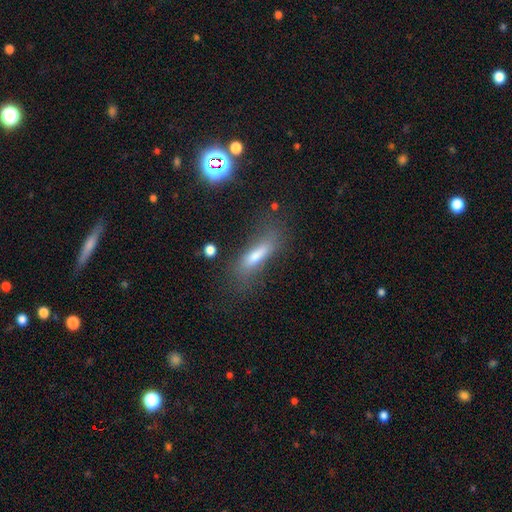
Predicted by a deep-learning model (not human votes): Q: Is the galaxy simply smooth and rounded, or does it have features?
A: smooth — 64%.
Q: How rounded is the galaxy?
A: cigar-shaped — 66%.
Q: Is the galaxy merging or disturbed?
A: none — 59%.